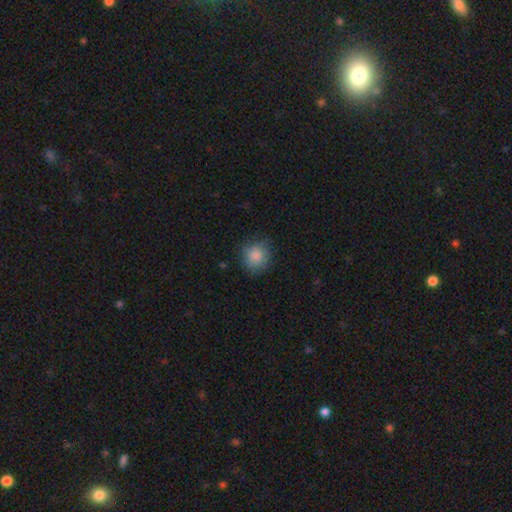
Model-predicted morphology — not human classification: Q: Smooth or featured?
A: smooth (86%); runner-up: star or artifact (8%)
Q: How rounded?
A: round (86%); runner-up: in between (13%)
Q: Merging?
A: none (77%); runner-up: minor disturbance (17%)